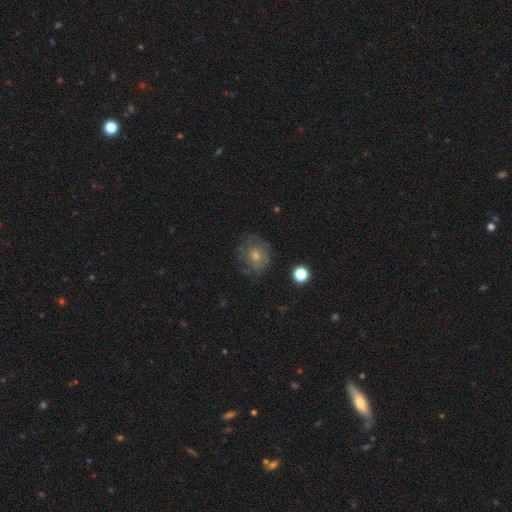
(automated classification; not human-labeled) Smooth or featured? featured or disk (48%)
Merging? none (73%)